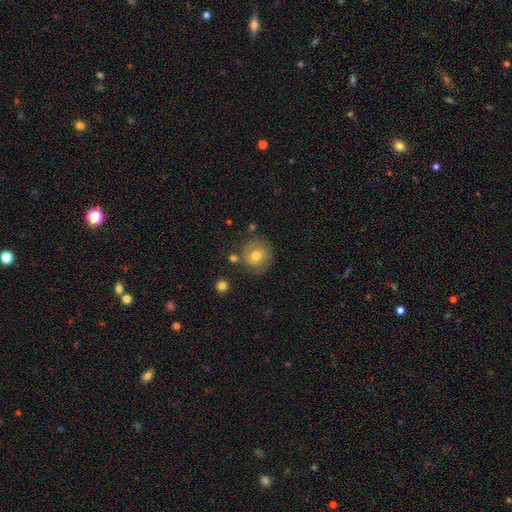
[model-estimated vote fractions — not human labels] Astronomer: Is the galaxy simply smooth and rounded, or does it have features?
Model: smooth — 62%.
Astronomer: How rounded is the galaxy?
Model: round — 86%.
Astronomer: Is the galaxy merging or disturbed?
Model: none — 73%.